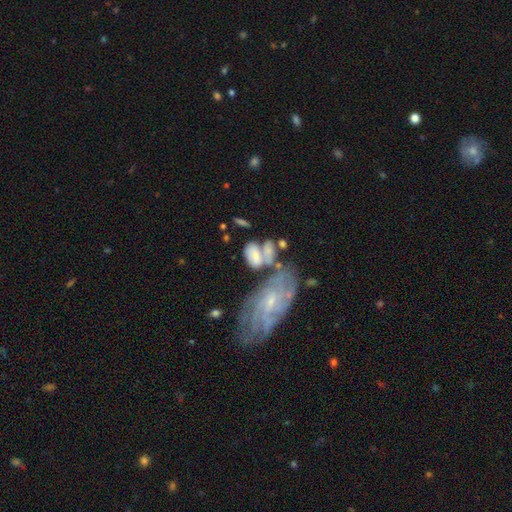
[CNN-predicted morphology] The model was most divided on "smooth or featured": smooth: 46%, featured or disk: 45%, star or artifact: 9%. Remaining: merging — merger (39%).